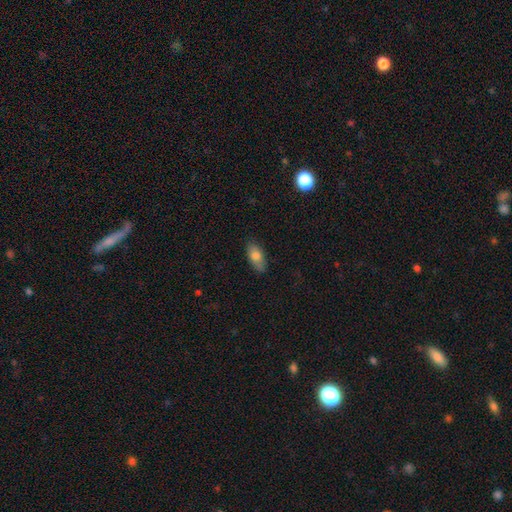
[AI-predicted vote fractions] A smooth galaxy with no disk features (76%) that is in between round and cigar-shaped (85%). Merging: none (82%).